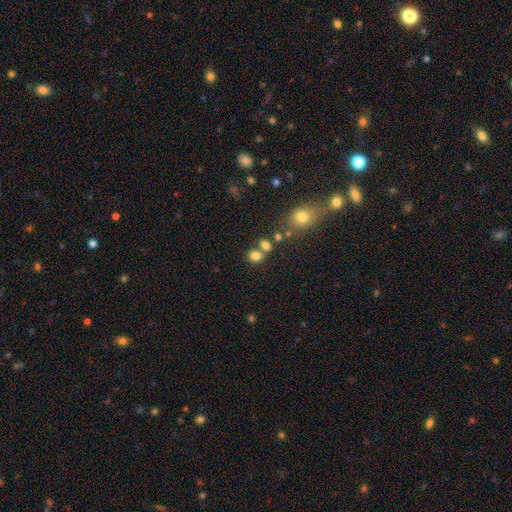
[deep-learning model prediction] Smooth or featured? smooth (79%)
How rounded? round (56%)
Merging? none (54%)